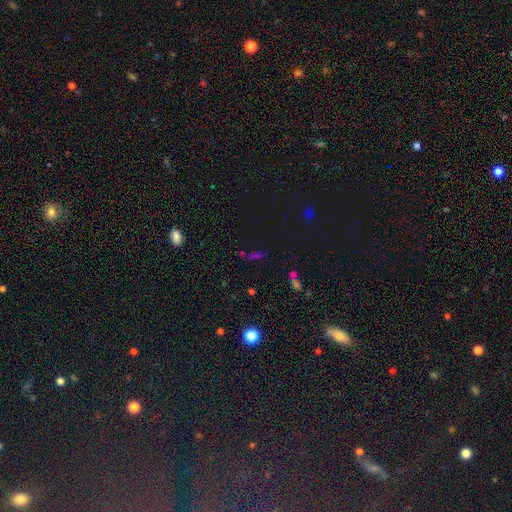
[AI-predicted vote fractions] A star or artifact, not a galaxy (51%).